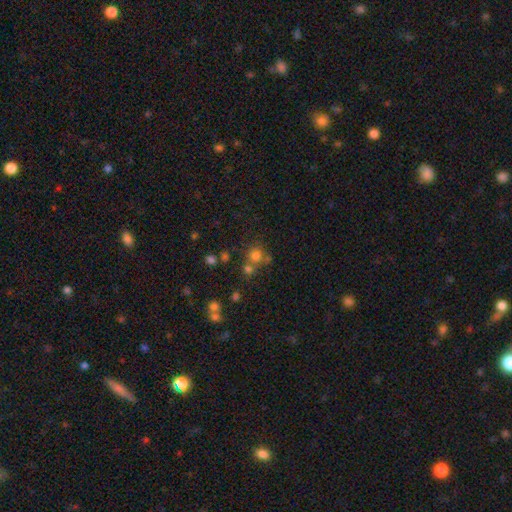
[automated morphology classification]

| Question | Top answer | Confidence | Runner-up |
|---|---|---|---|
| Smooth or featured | smooth | 71% | star or artifact (20%) |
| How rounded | round | 89% | in between (10%) |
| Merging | none | 61% | merger (27%) |